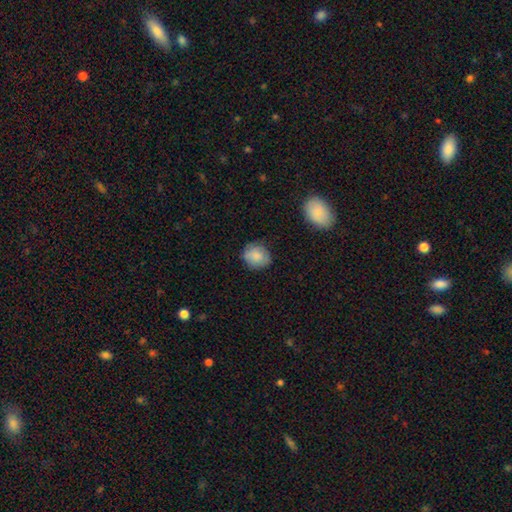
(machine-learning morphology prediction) Smooth or featured? Predicted: smooth (p=0.80). How rounded? Predicted: round (p=0.79). Merging? Predicted: none (p=0.77).